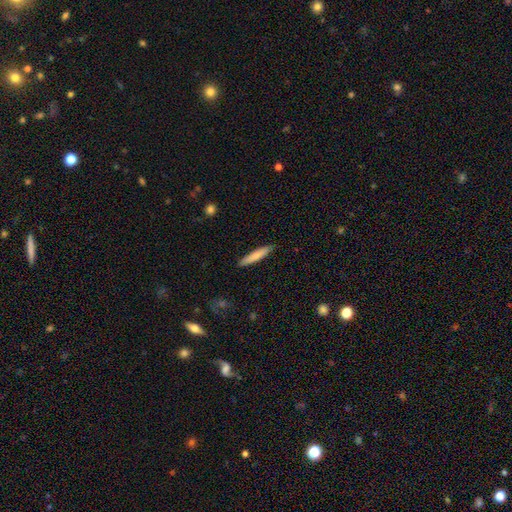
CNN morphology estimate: type=smooth (77%); roundness=cigar-shaped (90%); merging=none (88%).